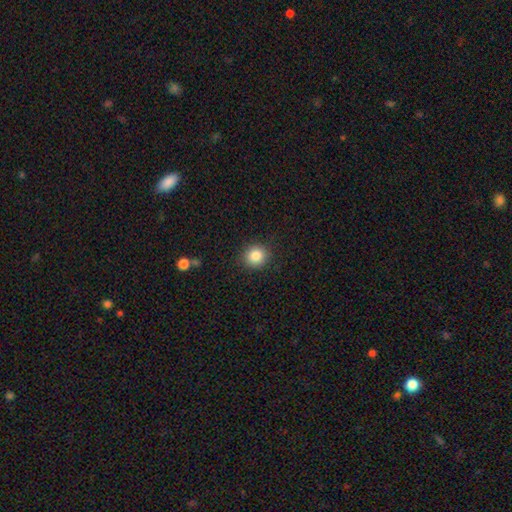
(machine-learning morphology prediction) type=smooth (85%); roundness=round (87%); merging=none (89%).